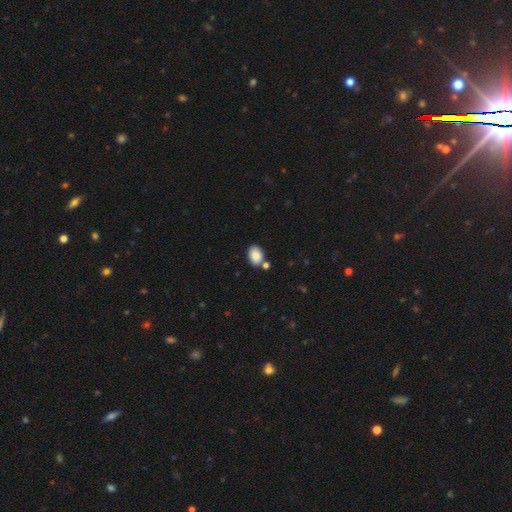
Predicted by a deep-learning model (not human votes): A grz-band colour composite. It shows a smooth galaxy with no disk features (87%) that is in between round and cigar-shaped (77%). Merging: none (70%).